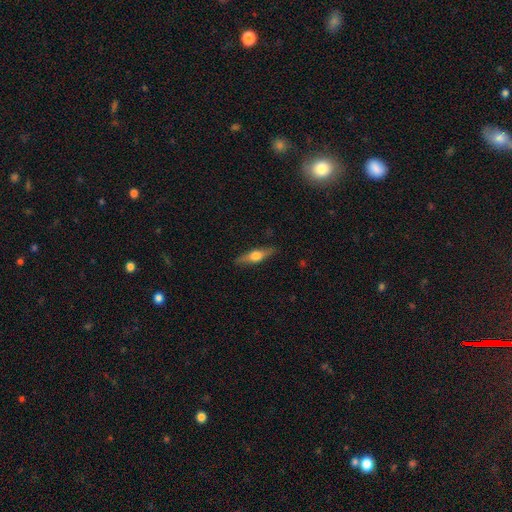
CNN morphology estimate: This appears to be a featured or disk galaxy (58%) viewed edge-on (94%) with a rounded central bulge (93%). Merging: none (87%).